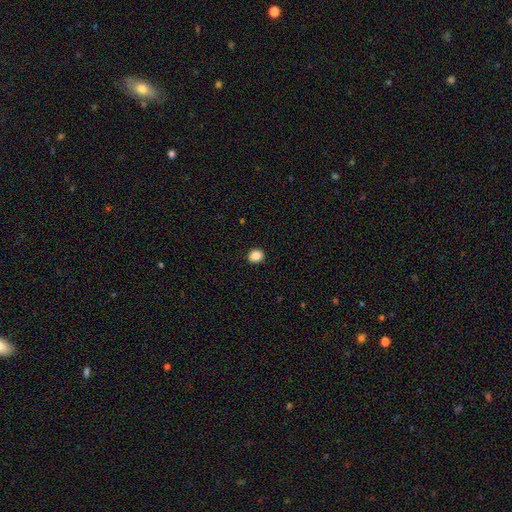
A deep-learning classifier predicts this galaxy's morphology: Q: Smooth or featured?
A: smooth (88%); runner-up: star or artifact (9%)
Q: How rounded?
A: round (69%); runner-up: in between (31%)
Q: Merging?
A: none (92%); runner-up: minor disturbance (5%)